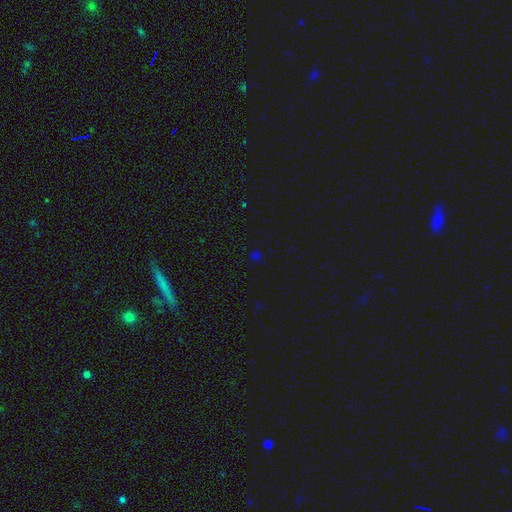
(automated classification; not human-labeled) A star or artifact, not a galaxy (55%).

Vote fractions:
- Smooth or featured? star or artifact: 55% / smooth: 40% / featured or disk: 6%